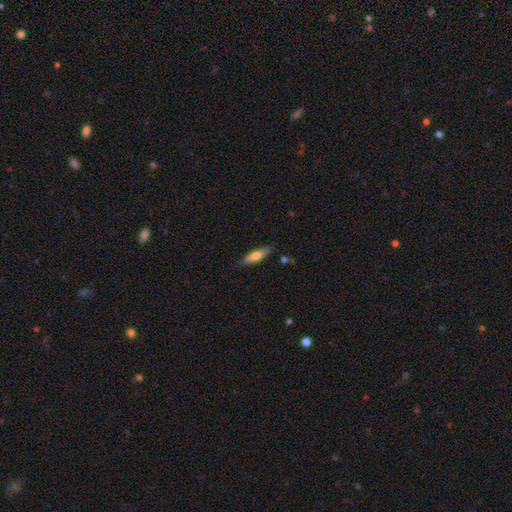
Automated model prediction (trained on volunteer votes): Q: Smooth or featured?
A: smooth (71%); runner-up: featured or disk (23%)
Q: How rounded?
A: cigar-shaped (56%); runner-up: in between (42%)
Q: Merging?
A: none (84%); runner-up: minor disturbance (12%)